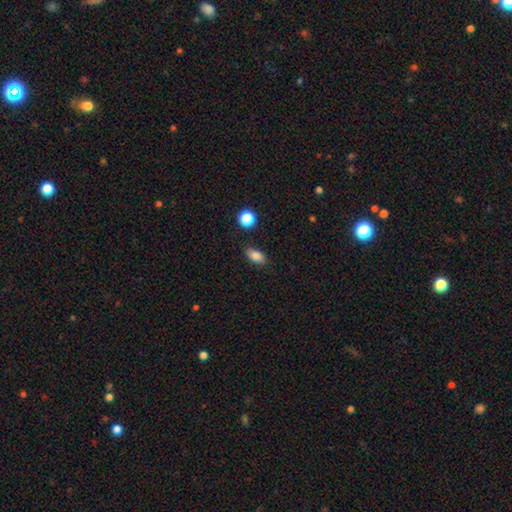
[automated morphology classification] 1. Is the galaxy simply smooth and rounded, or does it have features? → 84% smooth, 9% star or artifact, 7% featured or disk.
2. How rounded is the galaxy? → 85% in between, 9% round, 6% cigar-shaped.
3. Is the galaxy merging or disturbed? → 84% none, 11% minor disturbance, 3% major disturbance, 2% merger.